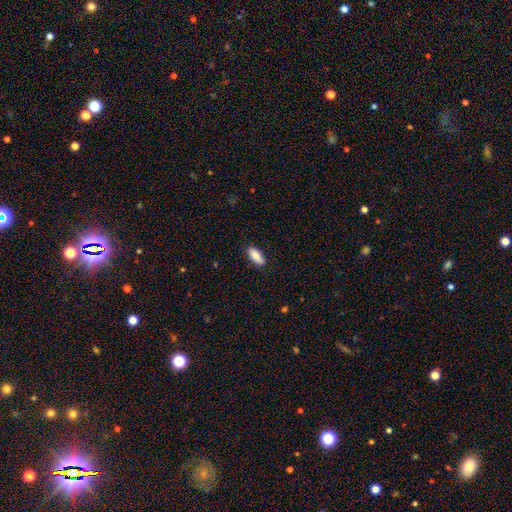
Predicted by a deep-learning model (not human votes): This appears to be a smooth galaxy with no disk features (87%) that is in between round and cigar-shaped (86%). Merging: none (86%).